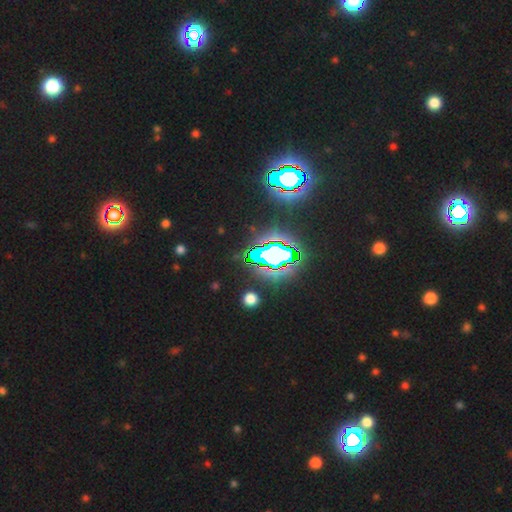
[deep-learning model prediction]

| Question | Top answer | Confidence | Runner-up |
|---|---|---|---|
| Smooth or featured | star or artifact | 66% | smooth (19%) |